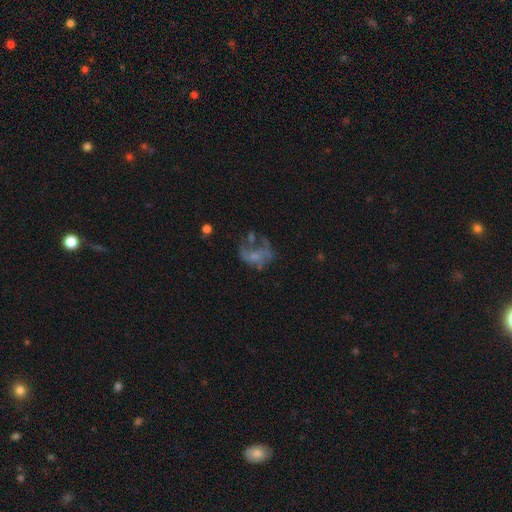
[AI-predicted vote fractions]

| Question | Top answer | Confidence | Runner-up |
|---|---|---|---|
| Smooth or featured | featured or disk | 55% | smooth (30%) |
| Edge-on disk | no | 98% | yes (2%) |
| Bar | no | 78% | weak (18%) |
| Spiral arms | no | 64% | yes (36%) |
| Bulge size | none | 41% | small (36%) |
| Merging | major disturbance | 42% | none (28%) |